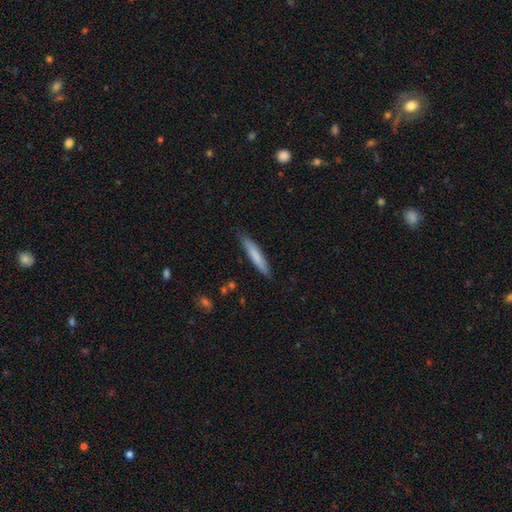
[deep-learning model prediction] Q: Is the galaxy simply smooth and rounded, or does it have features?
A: smooth — 76%.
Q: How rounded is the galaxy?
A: cigar-shaped — 93%.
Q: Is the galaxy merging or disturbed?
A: none — 85%.